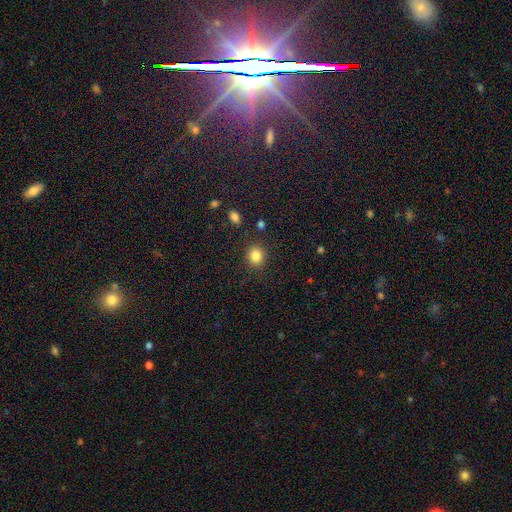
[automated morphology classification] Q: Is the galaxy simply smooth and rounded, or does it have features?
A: smooth — 84%.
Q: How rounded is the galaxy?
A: round — 80%.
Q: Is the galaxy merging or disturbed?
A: none — 85%.